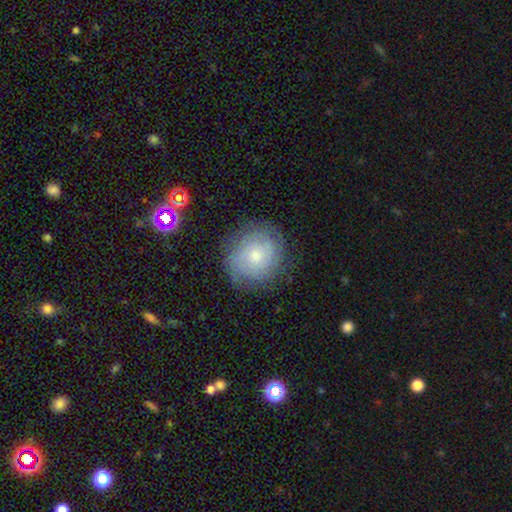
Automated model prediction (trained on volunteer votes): smooth_or_featured: featured or disk (p=0.51) [alt: smooth p=0.40]
disk_edge_on: no (p=0.97) [alt: yes p=0.03]
merging: none (p=0.77) [alt: minor disturbance p=0.15]